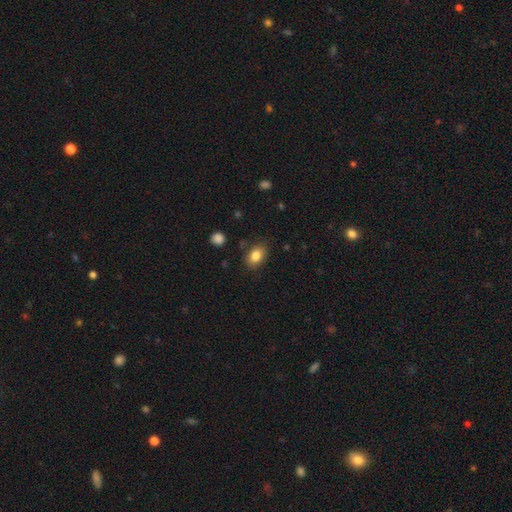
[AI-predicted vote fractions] smooth 83%, star or artifact 9%, featured or disk 8%. Down the decision tree: how rounded — in between (82%); merging — none (82%).